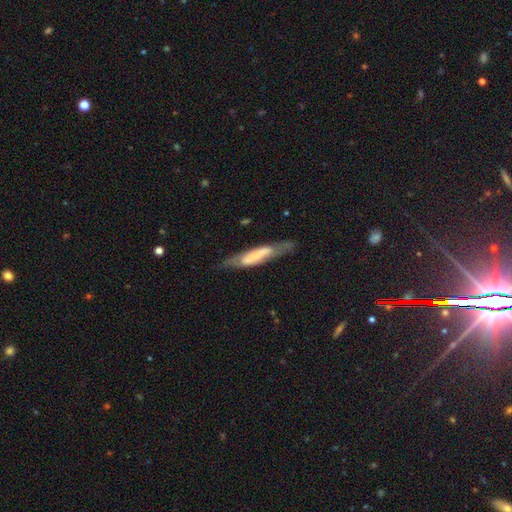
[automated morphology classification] featured or disk 51%, smooth 42%, star or artifact 6%. Down the decision tree: edge-on disk — yes (59%); merging — none (67%).